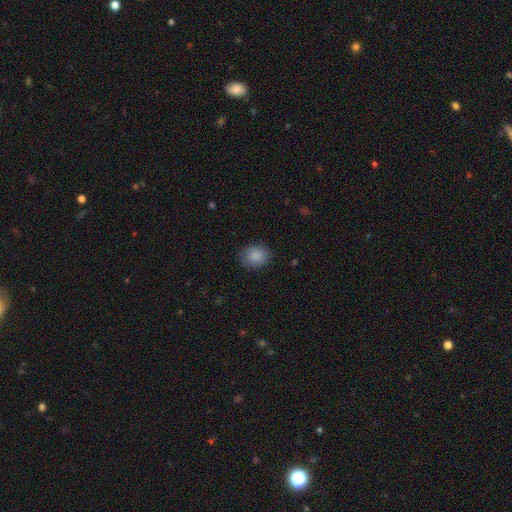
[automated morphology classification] smooth_or_featured: smooth (p=0.88) [alt: star or artifact p=0.08]
how_rounded: round (p=0.61) [alt: in between p=0.38]
merging: none (p=0.83) [alt: minor disturbance p=0.13]